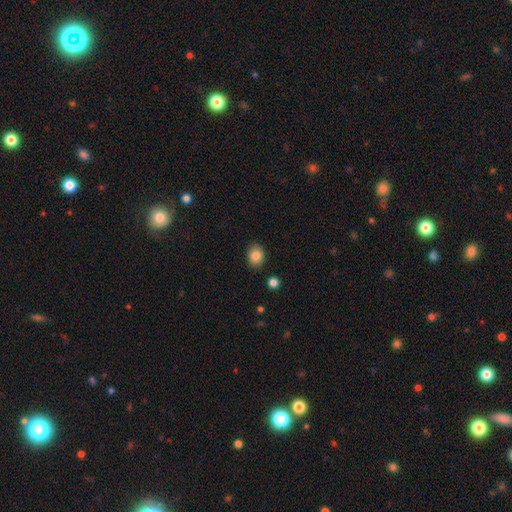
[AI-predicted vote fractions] Morphology: type=smooth (85%); roundness=in between (55%); merging=none (87%).